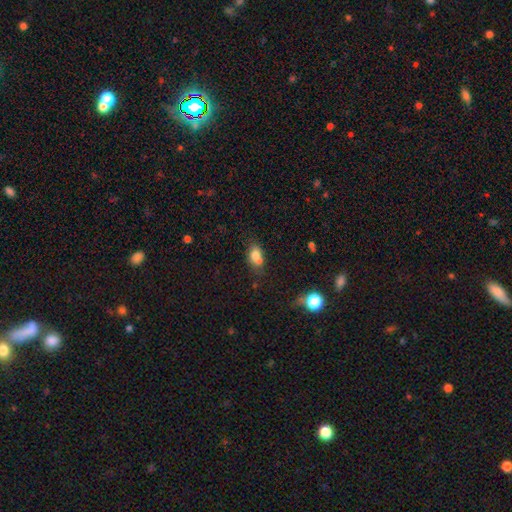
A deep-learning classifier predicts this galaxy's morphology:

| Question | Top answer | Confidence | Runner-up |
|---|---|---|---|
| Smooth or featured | smooth | 75% | featured or disk (13%) |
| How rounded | in between | 73% | round (24%) |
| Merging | none | 43% | merger (31%) |